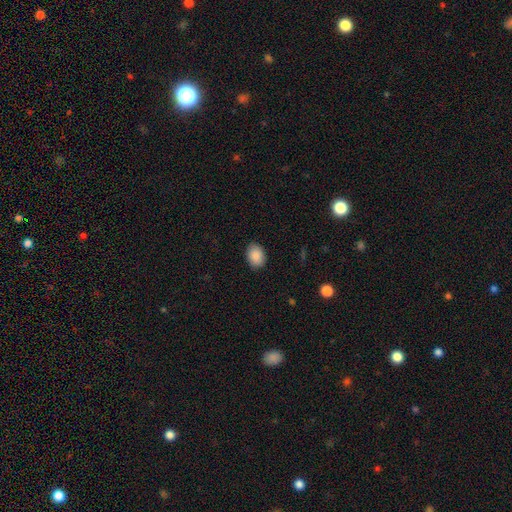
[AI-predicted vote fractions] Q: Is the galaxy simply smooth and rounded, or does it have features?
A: smooth — 89%.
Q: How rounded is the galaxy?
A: in between — 68%.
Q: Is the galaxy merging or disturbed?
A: none — 87%.